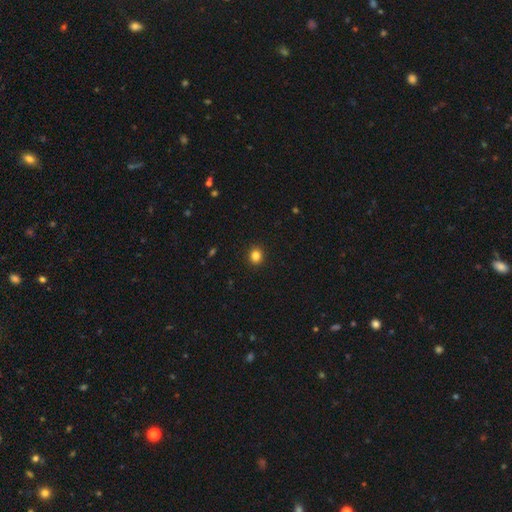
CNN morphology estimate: smooth 84%, star or artifact 12%, featured or disk 4%. Down the decision tree: how rounded — round (82%); merging — none (92%).